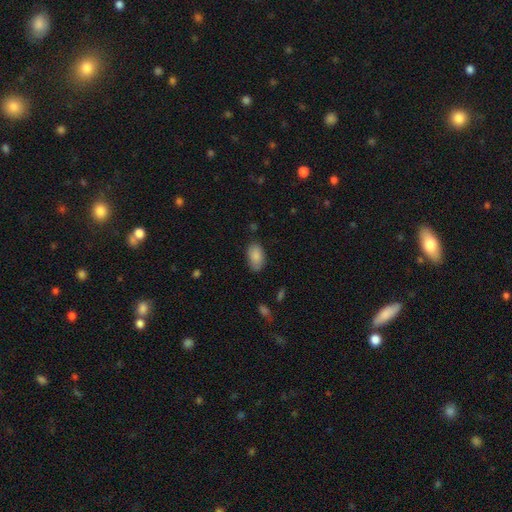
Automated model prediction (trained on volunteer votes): A smooth galaxy with no disk features (88%) that is in between round and cigar-shaped (93%).

Vote fractions:
- Smooth or featured? smooth: 88% / star or artifact: 7% / featured or disk: 5%
- How rounded? in between: 93% / round: 5% / cigar-shaped: 2%
- Merging? none: 79% / minor disturbance: 16% / major disturbance: 3% / merger: 2%